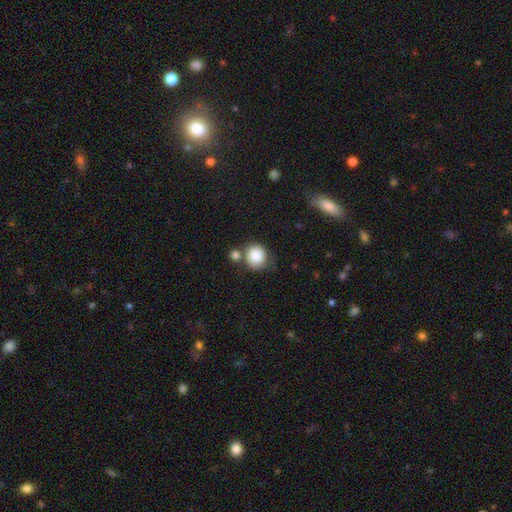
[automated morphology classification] smooth_or_featured: smooth (p=0.84) [alt: star or artifact p=0.08]
how_rounded: round (p=0.84) [alt: in between p=0.15]
merging: none (p=0.55) [alt: merger p=0.23]